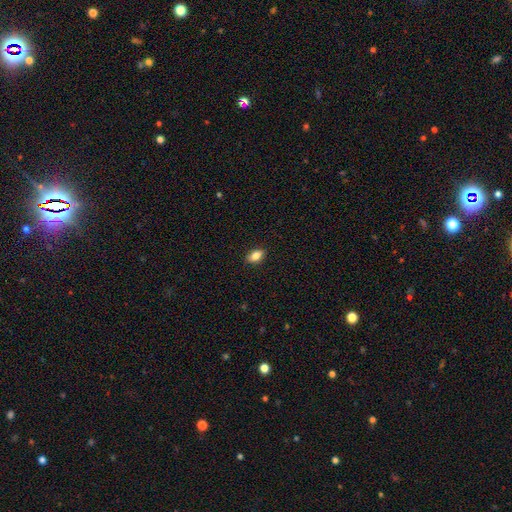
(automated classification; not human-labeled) Morphology: type=smooth (81%); roundness=in between (85%); merging=none (87%).